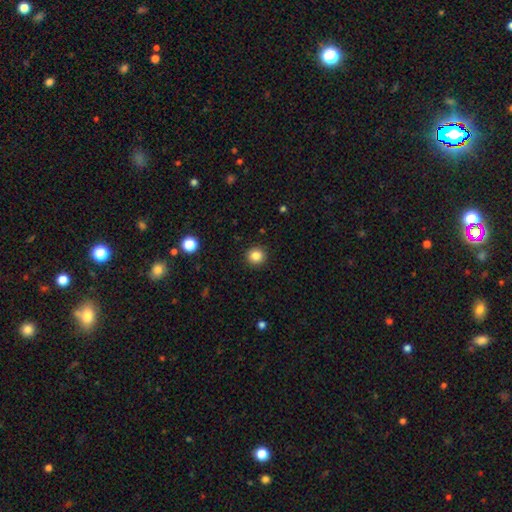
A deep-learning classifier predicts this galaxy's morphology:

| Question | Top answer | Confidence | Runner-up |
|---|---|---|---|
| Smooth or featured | smooth | 84% | star or artifact (11%) |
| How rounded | round | 92% | in between (7%) |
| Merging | none | 92% | minor disturbance (5%) |